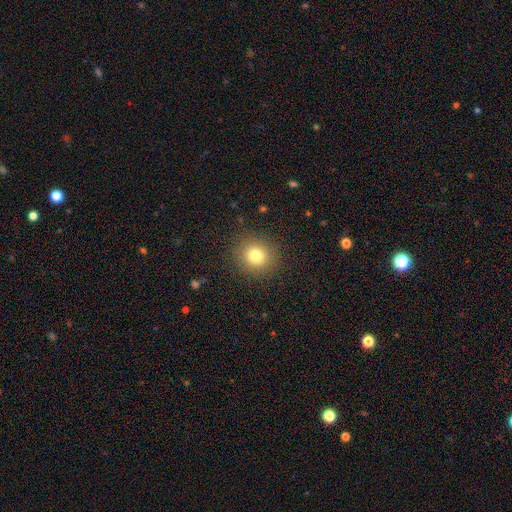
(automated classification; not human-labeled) smooth 79%, star or artifact 13%, featured or disk 9%. Down the decision tree: how rounded — round (87%); merging — none (89%).